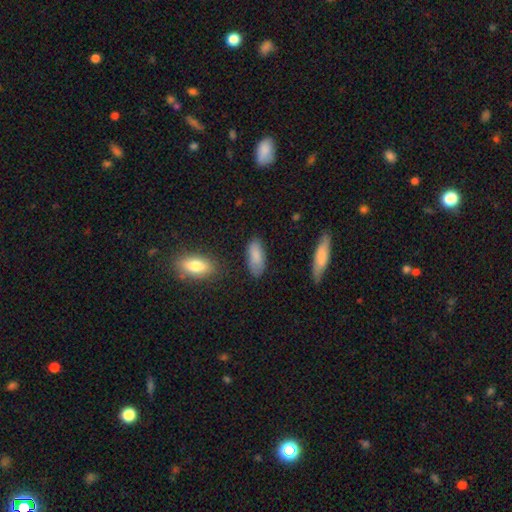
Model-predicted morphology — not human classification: smooth 84%, featured or disk 9%, star or artifact 7%. Down the decision tree: how rounded — in between (84%); merging — none (74%).